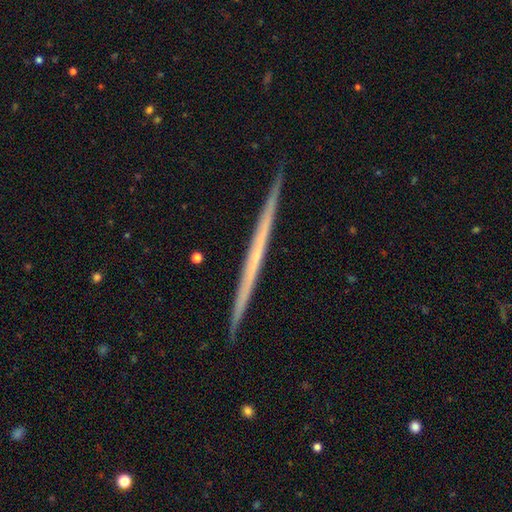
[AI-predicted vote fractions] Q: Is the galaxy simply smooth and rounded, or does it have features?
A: featured or disk — 65%.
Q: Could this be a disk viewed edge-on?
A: yes — 98%.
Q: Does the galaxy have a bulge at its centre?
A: none — 92%.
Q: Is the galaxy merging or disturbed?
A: none — 92%.